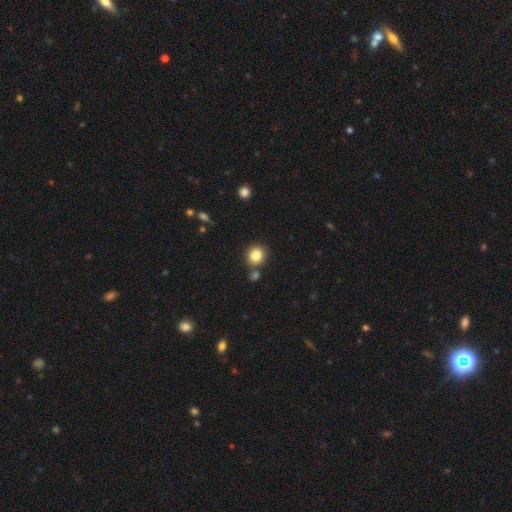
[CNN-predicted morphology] type=smooth (85%); roundness=round (78%); merging=none (76%).